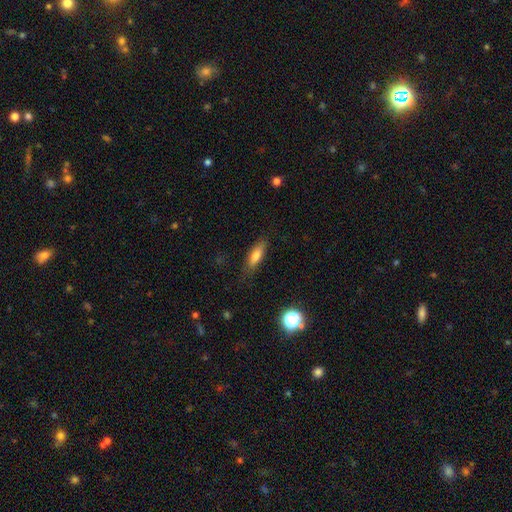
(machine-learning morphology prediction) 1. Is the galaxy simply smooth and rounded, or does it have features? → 75% smooth, 16% featured or disk, 9% star or artifact.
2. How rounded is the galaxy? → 53% in between, 44% cigar-shaped, 3% round.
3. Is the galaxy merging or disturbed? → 78% none, 17% minor disturbance, 4% major disturbance, 1% merger.